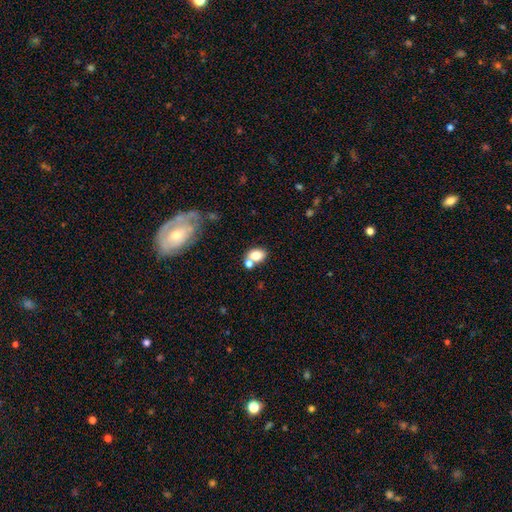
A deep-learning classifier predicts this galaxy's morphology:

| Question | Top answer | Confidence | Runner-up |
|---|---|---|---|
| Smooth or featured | smooth | 78% | featured or disk (12%) |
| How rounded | in between | 75% | round (24%) |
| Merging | none | 49% | merger (34%) |